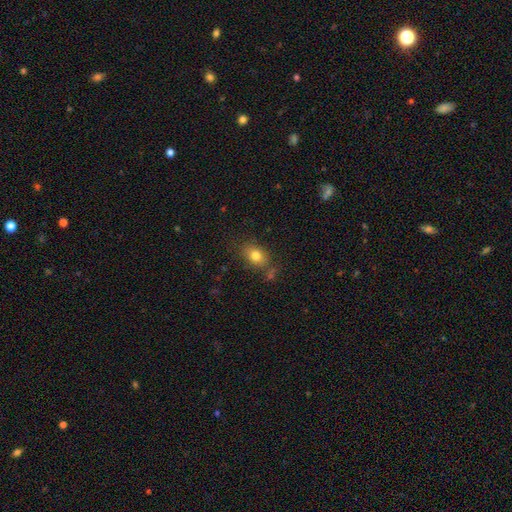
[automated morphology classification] A smooth galaxy with no disk features (80%) that is in between round and cigar-shaped (64%).

Vote fractions:
- Smooth or featured? smooth: 80% / star or artifact: 11% / featured or disk: 9%
- How rounded? in between: 64% / round: 34% / cigar-shaped: 1%
- Merging? none: 73% / minor disturbance: 16% / merger: 6% / major disturbance: 5%